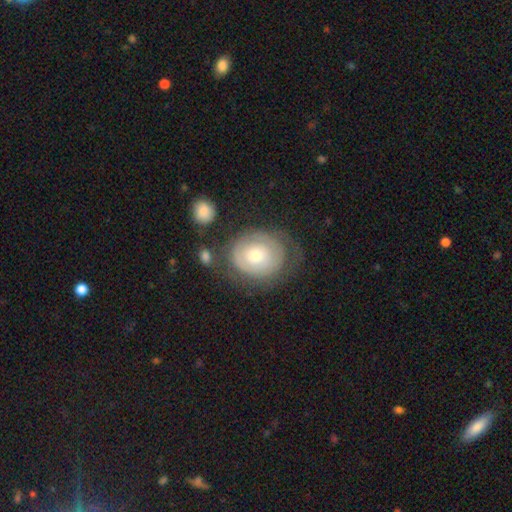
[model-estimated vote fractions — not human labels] Smooth or featured? featured or disk (56%)
Edge-on disk? no (96%)
Bar? no (84%)
Spiral arms? yes (65%)
Bulge size? moderate (61%)
Merging? none (60%)